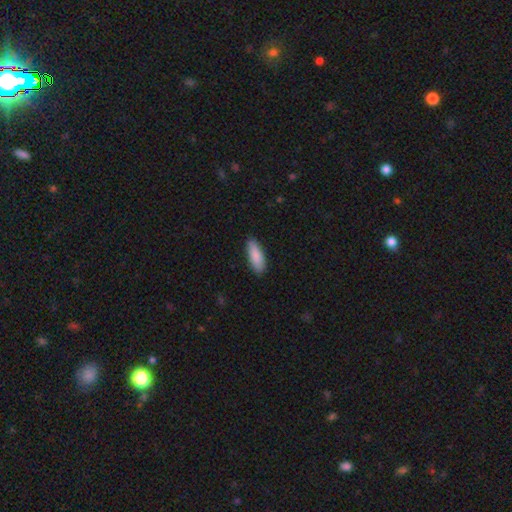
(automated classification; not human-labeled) smooth_or_featured: smooth (p=0.88) [alt: featured or disk p=0.06]
how_rounded: in between (p=0.65) [alt: cigar-shaped p=0.34]
merging: none (p=0.85) [alt: minor disturbance p=0.12]